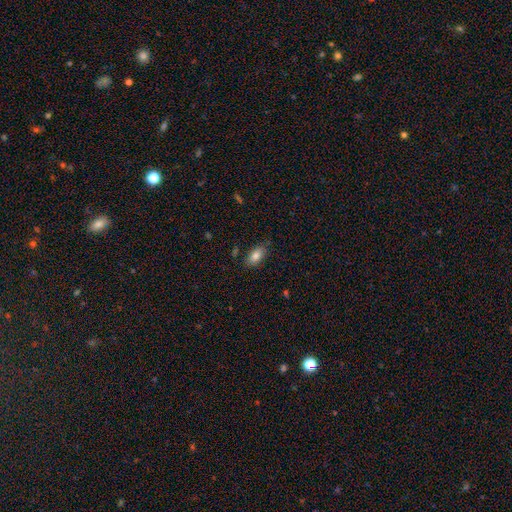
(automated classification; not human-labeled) Smooth or featured? smooth (82%)
How rounded? in between (90%)
Merging? none (81%)